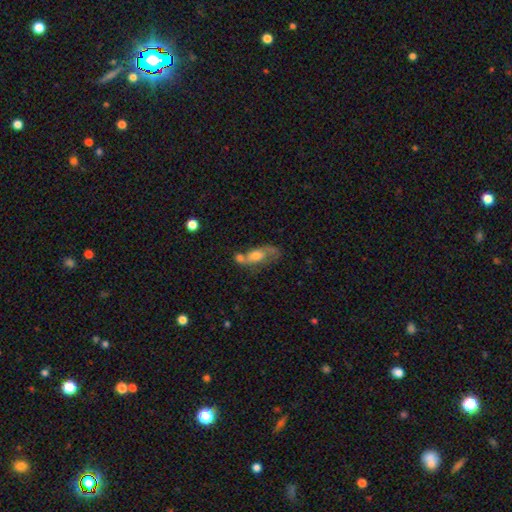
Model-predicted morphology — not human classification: smooth-or-featured: featured or disk: 51% | smooth: 40% | star or artifact: 9%
  disk-edge-on: no: 84% | yes: 16%
  merging: merger: 35% | none: 32% | minor disturbance: 18% | major disturbance: 15%